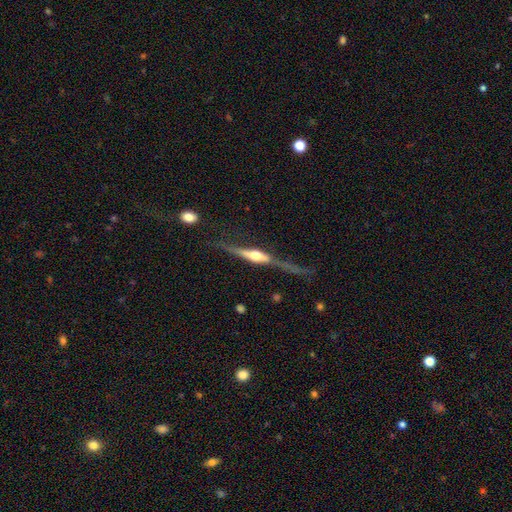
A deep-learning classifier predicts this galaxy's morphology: smooth_or_featured: featured or disk (p=0.79) [alt: smooth p=0.16]
disk_edge_on: yes (p=0.93) [alt: no p=0.07]
edge_on_bulge: rounded (p=0.86) [alt: boxy p=0.11]
merging: none (p=0.57) [alt: minor disturbance p=0.22]